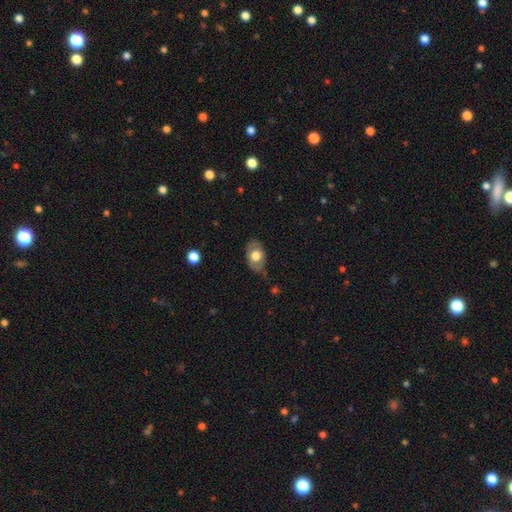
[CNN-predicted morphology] smooth-or-featured: smooth: 61% | featured or disk: 32% | star or artifact: 7%
  how-rounded: in between: 85% | round: 14% | cigar-shaped: 1%
  merging: none: 65% | minor disturbance: 25% | major disturbance: 7% | merger: 2%